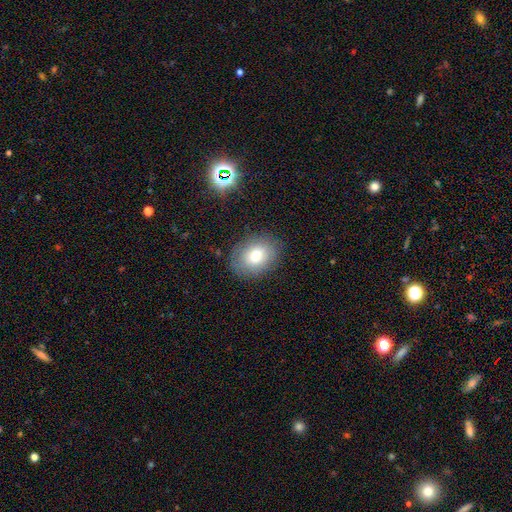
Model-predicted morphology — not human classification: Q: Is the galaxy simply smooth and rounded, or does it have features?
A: smooth — 75%.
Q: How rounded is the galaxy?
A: in between — 63%.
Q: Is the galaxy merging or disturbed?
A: none — 84%.